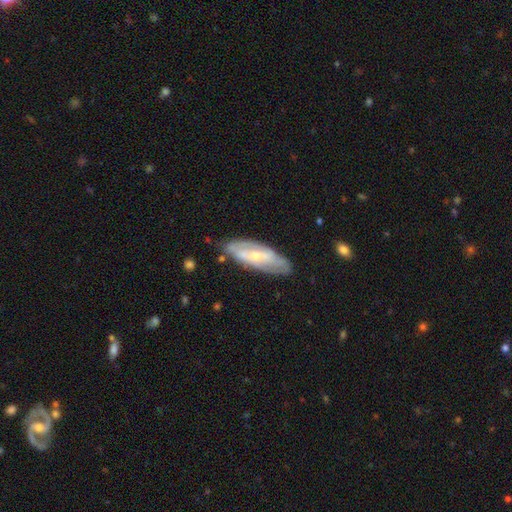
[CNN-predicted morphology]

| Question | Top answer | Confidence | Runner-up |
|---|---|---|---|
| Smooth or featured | featured or disk | 67% | smooth (27%) |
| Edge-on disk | no | 81% | yes (19%) |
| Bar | no | 50% | weak (32%) |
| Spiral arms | yes | 68% | no (32%) |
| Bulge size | small | 66% | moderate (30%) |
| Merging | none | 75% | minor disturbance (18%) |